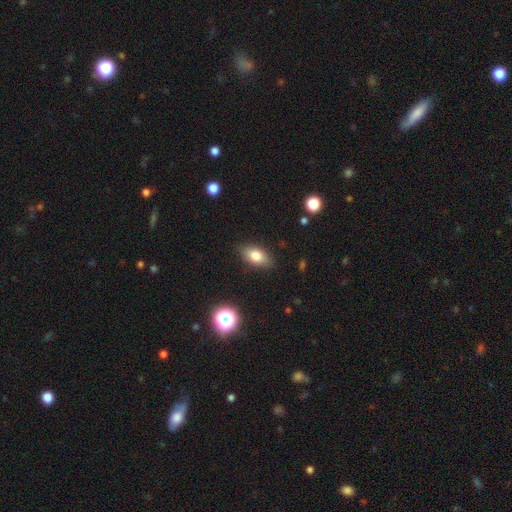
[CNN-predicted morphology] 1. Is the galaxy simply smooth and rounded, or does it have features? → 77% smooth, 14% featured or disk, 9% star or artifact.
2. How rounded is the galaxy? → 86% in between, 8% round, 6% cigar-shaped.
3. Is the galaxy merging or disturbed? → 85% none, 11% minor disturbance, 2% major disturbance, 1% merger.